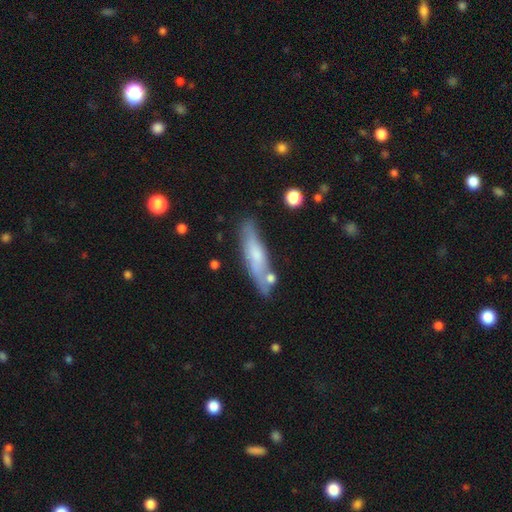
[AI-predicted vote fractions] Smooth or featured?
  - smooth: 55% *
  - featured or disk: 38%
  - star or artifact: 7%
How rounded?
  - cigar-shaped: 77% *
  - in between: 22%
  - round: 2%
Merging?
  - none: 71% *
  - minor disturbance: 17%
  - merger: 8%
  - major disturbance: 4%